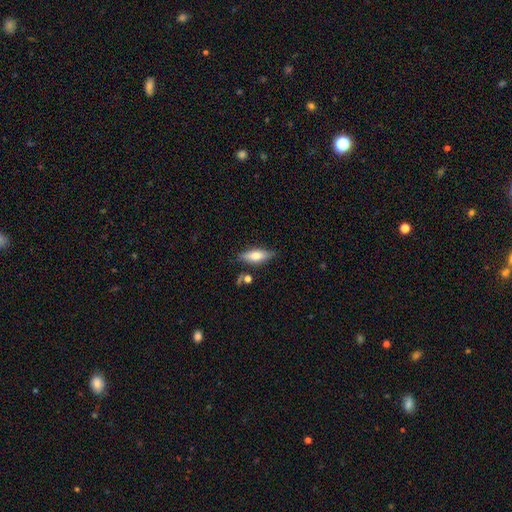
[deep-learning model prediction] This is possibly a smooth galaxy (59%). How rounded: possibly in between (59%). Merging: likely none (78%).